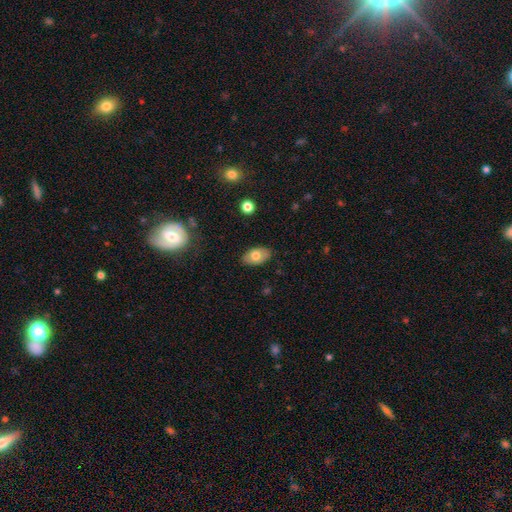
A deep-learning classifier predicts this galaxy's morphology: Smooth or featured? Predicted: smooth (p=0.71). How rounded? Predicted: in between (p=0.92). Merging? Predicted: none (p=0.85).